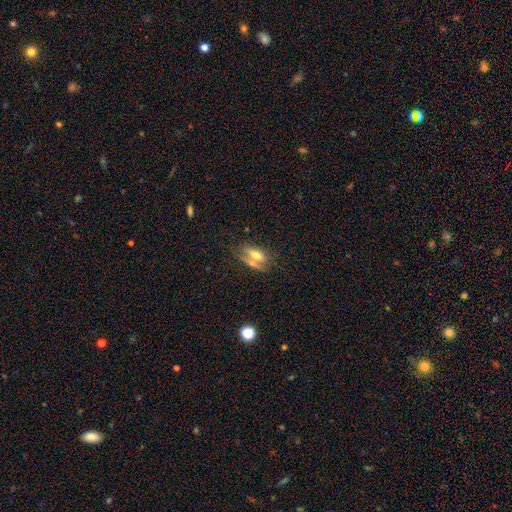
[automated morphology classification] This appears to be a smooth galaxy with no disk features (59%) that is in between round and cigar-shaped (72%). Merging: none (55%).